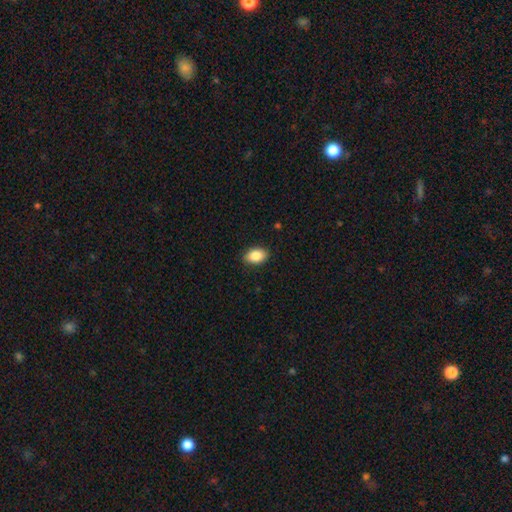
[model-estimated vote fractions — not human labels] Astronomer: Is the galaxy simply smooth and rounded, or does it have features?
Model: smooth — 87%.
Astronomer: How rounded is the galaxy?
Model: in between — 88%.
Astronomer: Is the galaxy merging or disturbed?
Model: none — 89%.